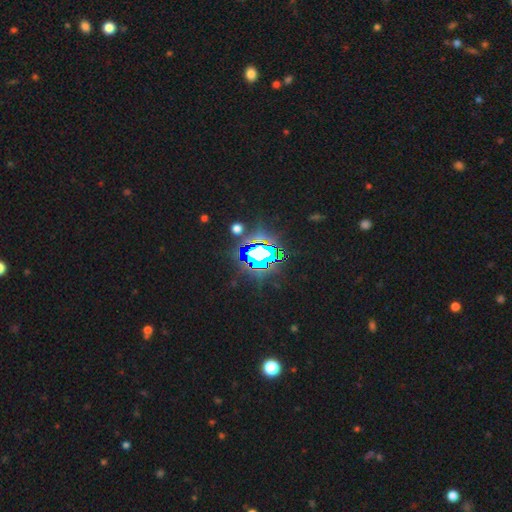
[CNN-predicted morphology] star or artifact 77%, smooth 13%, featured or disk 10%.